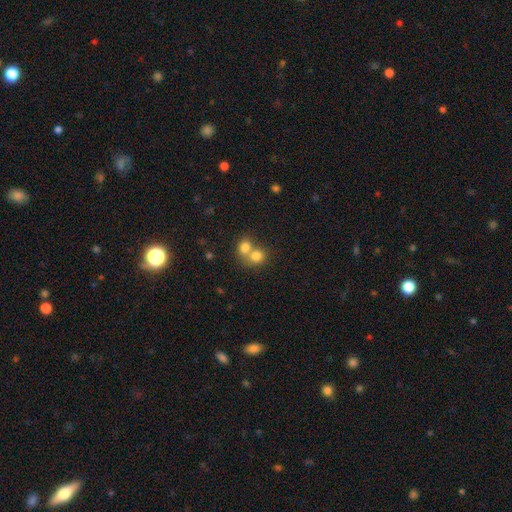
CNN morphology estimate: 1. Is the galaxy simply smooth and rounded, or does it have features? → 78% smooth, 11% featured or disk, 11% star or artifact.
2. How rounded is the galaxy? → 73% round, 26% in between, 1% cigar-shaped.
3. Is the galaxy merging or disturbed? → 61% merger, 31% none, 5% minor disturbance, 3% major disturbance.